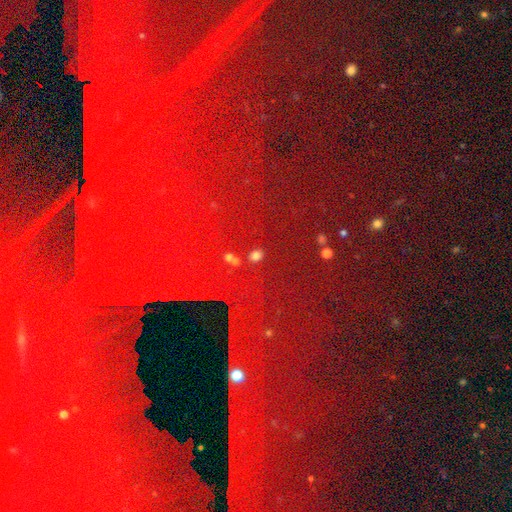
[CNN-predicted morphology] The model was most divided on "how rounded": in between: 49%, round: 48%, cigar-shaped: 3%. More confident: merging — none (82%); smooth or featured — smooth (70%).